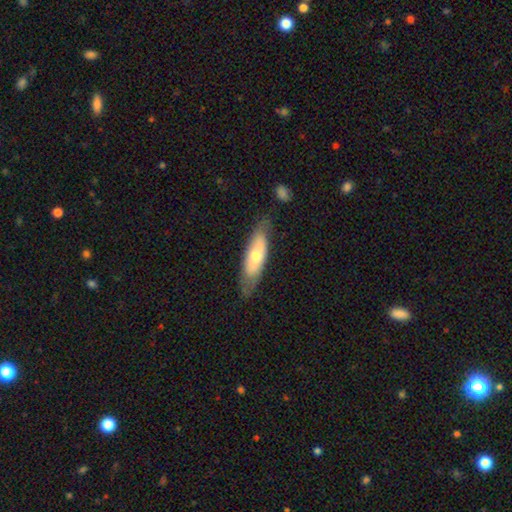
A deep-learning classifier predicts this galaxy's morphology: Q: Smooth or featured?
A: smooth (54%); runner-up: featured or disk (41%)
Q: How rounded?
A: cigar-shaped (50%); runner-up: in between (48%)
Q: Merging?
A: none (74%); runner-up: minor disturbance (19%)